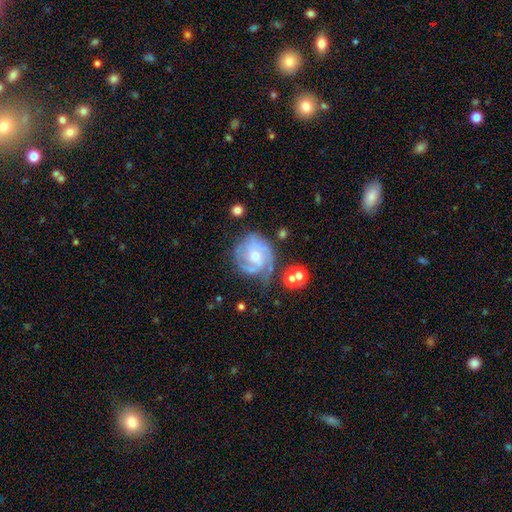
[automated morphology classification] This appears to be a featured or disk galaxy (82%) with no bar (63%), 3 (34%) tight (51%) spiral arms (94%) and a moderate central bulge (58%). Merging: none (60%).